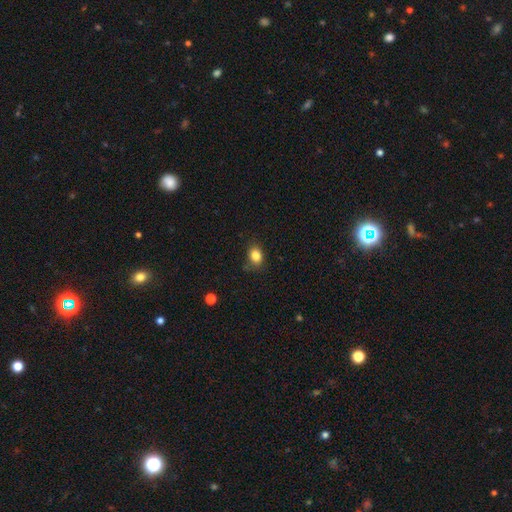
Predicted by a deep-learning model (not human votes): This is clearly a smooth galaxy (84%). How rounded: possibly in between (58%). Merging: likely none (75%).